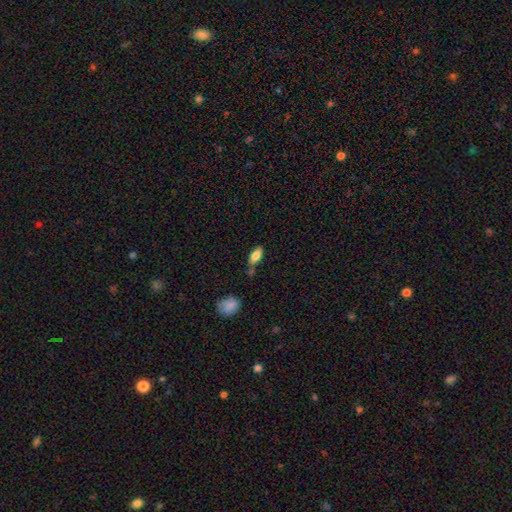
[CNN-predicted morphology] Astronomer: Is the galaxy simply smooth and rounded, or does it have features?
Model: smooth — 82%.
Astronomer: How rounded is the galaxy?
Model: in between — 86%.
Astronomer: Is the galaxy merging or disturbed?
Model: none — 60%.